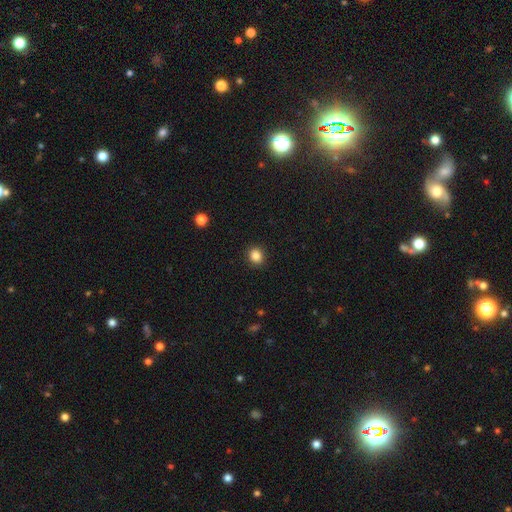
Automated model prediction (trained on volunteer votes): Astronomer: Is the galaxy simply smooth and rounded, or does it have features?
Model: smooth — 86%.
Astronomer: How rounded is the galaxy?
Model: round — 76%.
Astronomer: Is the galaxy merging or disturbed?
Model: none — 91%.